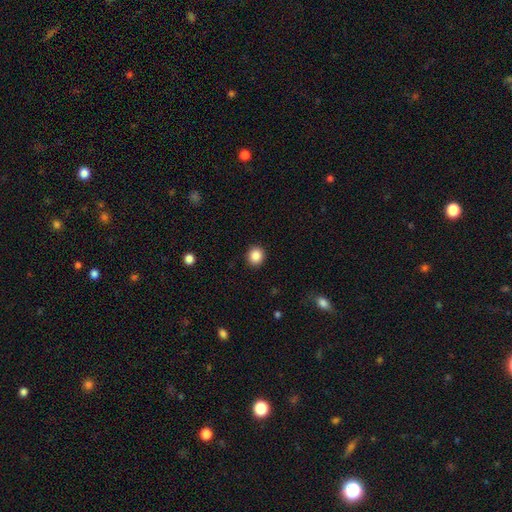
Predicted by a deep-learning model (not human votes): smooth 87%, star or artifact 9%, featured or disk 4%. Down the decision tree: how rounded — round (85%); merging — none (91%).